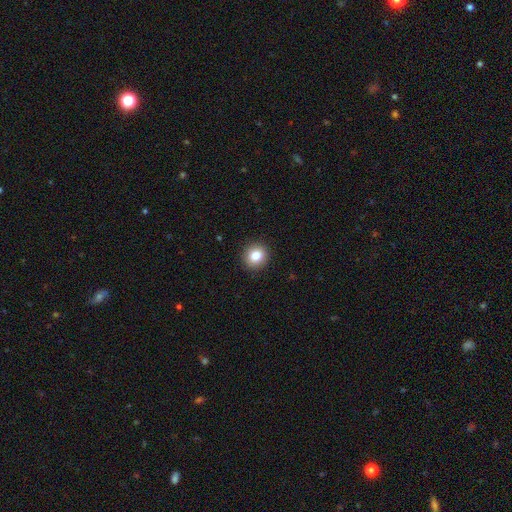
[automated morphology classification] type=smooth (84%); roundness=round (84%); merging=none (92%).